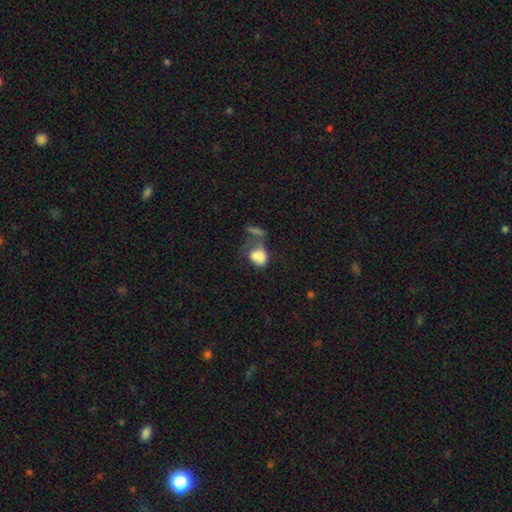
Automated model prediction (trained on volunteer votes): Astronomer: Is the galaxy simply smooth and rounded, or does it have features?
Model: smooth — 74%.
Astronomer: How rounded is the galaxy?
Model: in between — 73%.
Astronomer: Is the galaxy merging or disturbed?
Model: merger — 35% (runner-up: major disturbance, 29%).